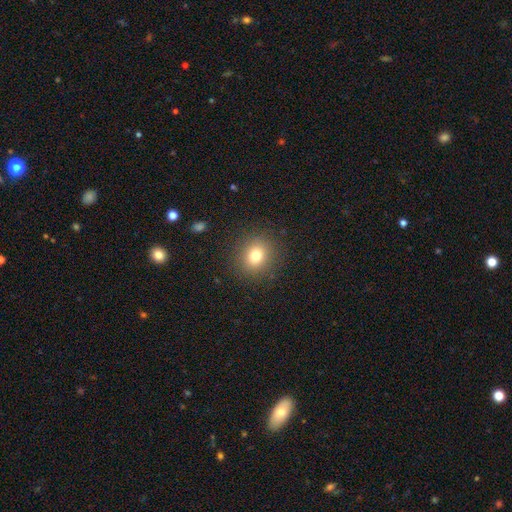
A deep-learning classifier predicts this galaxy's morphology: Q: Smooth or featured?
A: smooth (77%); runner-up: star or artifact (14%)
Q: How rounded?
A: round (81%); runner-up: in between (19%)
Q: Merging?
A: none (89%); runner-up: minor disturbance (7%)